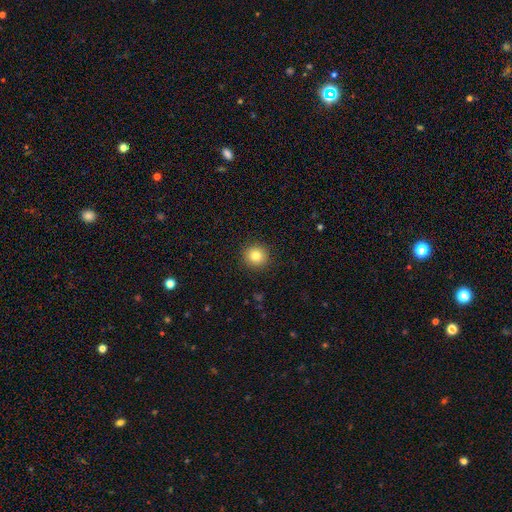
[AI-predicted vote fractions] smooth-or-featured: smooth: 83% | star or artifact: 11% | featured or disk: 6%
  how-rounded: round: 94% | in between: 5% | cigar-shaped: 1%
  merging: none: 91% | minor disturbance: 6% | major disturbance: 2% | merger: 1%